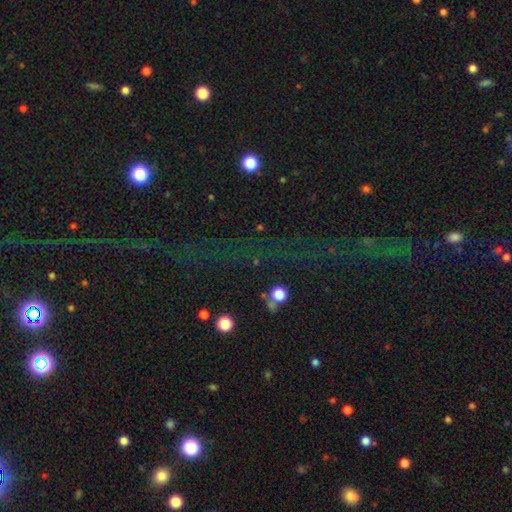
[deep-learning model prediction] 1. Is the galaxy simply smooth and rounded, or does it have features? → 76% star or artifact, 12% featured or disk, 12% smooth.